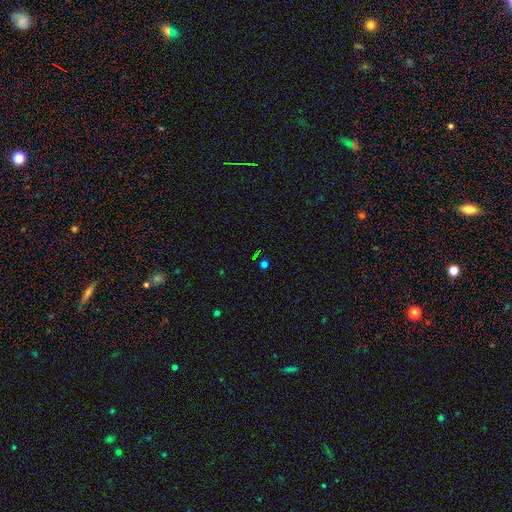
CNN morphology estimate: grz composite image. It shows a star or artifact, not a galaxy (61%).